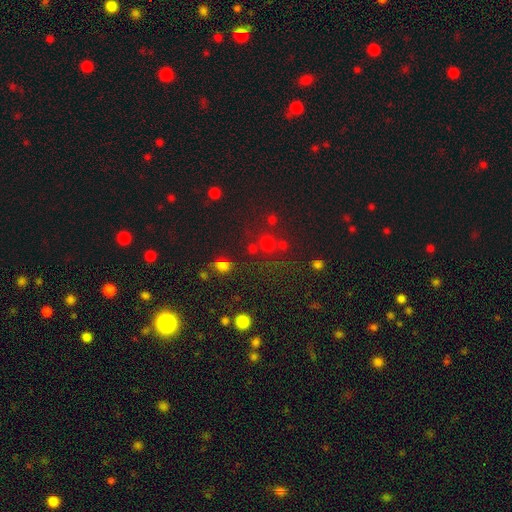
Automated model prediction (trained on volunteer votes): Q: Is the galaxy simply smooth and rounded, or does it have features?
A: star or artifact — 58%.